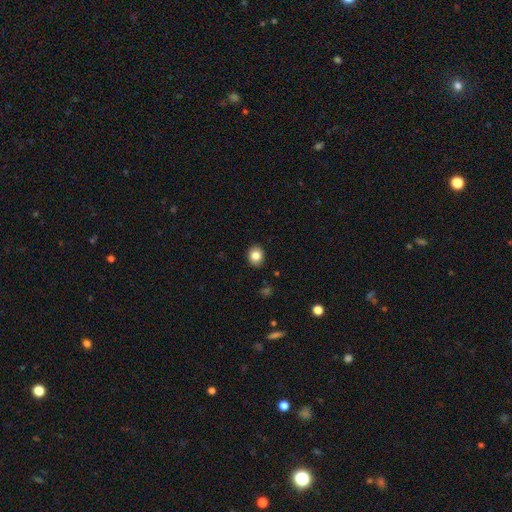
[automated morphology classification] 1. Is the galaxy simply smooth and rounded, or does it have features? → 83% smooth, 10% star or artifact, 7% featured or disk.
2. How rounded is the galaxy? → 64% round, 35% in between, 1% cigar-shaped.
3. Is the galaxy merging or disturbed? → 90% none, 7% minor disturbance, 2% major disturbance, 1% merger.